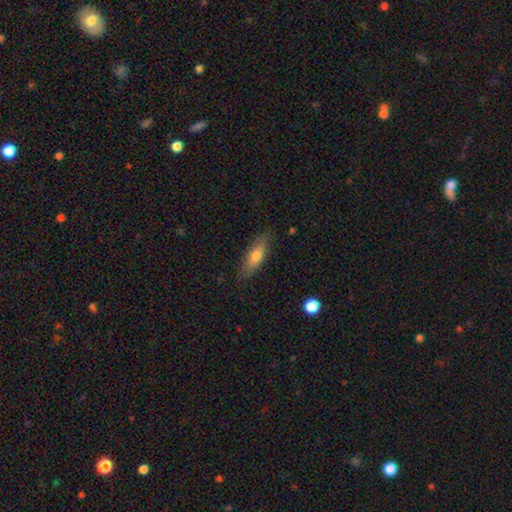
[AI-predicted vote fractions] Overall: smooth (72%). How rounded: in between (59%; cigar-shaped 38%). Merging: none (81%).